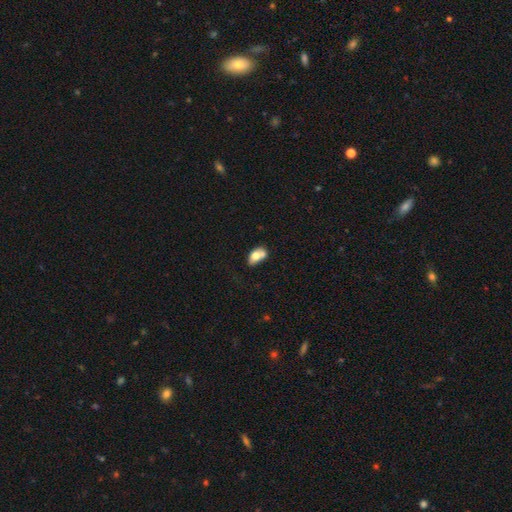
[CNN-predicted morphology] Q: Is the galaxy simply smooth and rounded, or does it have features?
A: smooth — 70%.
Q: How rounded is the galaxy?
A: in between — 84%.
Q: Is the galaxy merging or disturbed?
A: merger — 38%.